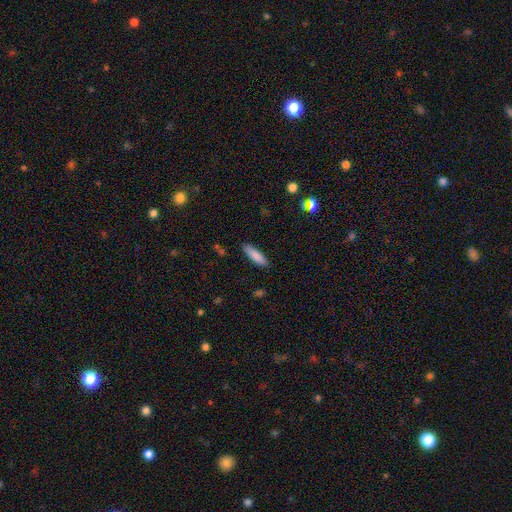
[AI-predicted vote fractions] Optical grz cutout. It shows a smooth galaxy with no disk features (85%) that is cigar-shaped (62%). Merging: none (87%).